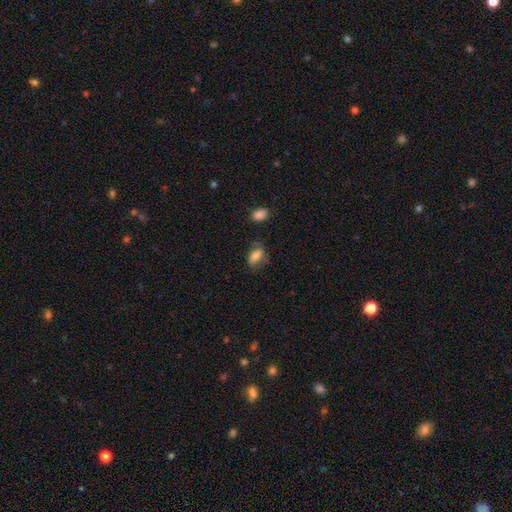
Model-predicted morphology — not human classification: The model was most divided on "merging": none: 57%, minor disturbance: 28%, major disturbance: 12%, merger: 4%. More confident: how rounded — in between (86%); smooth or featured — smooth (78%).